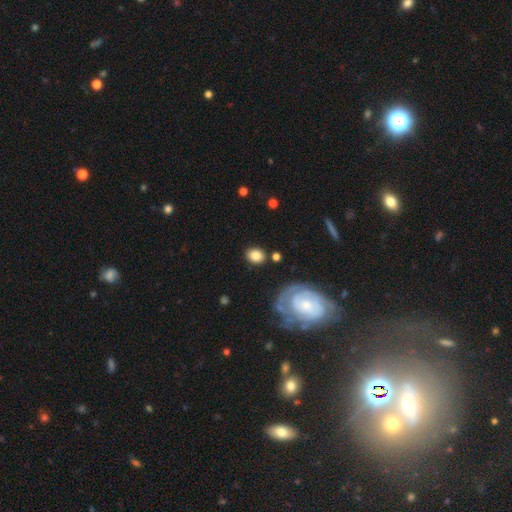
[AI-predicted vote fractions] smooth_or_featured: smooth (p=0.78) [alt: featured or disk p=0.15]
how_rounded: in between (p=0.52) [alt: round p=0.46]
merging: none (p=0.80) [alt: minor disturbance p=0.12]